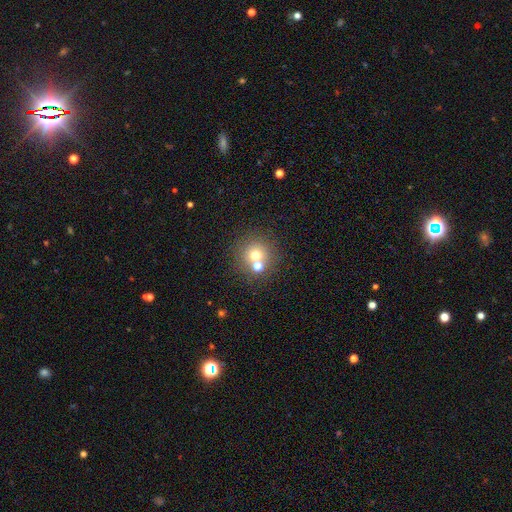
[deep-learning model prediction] Q: Smooth or featured?
A: smooth (68%); runner-up: star or artifact (17%)
Q: How rounded?
A: round (93%); runner-up: in between (6%)
Q: Merging?
A: none (64%); runner-up: merger (26%)